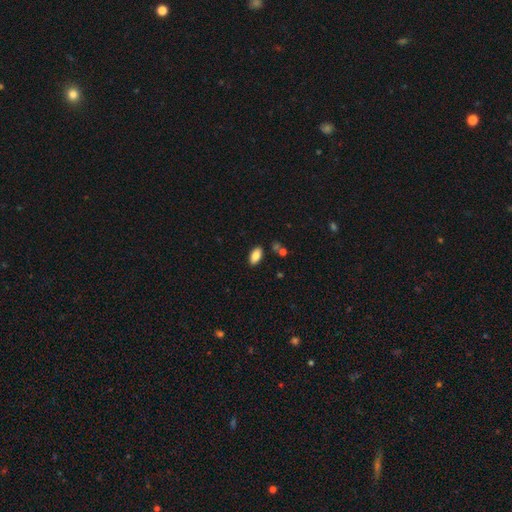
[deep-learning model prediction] Morphology: type=smooth (84%); roundness=in between (93%); merging=none (85%).